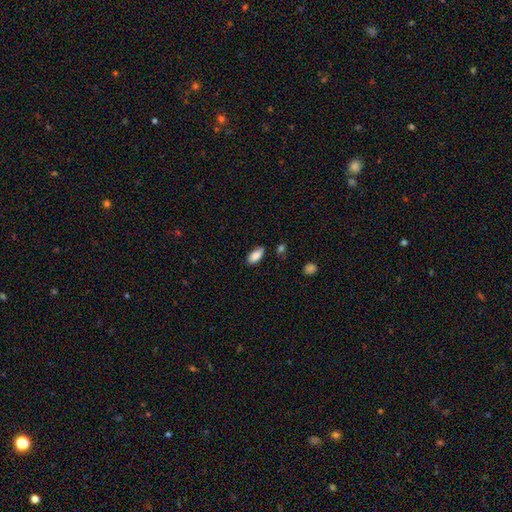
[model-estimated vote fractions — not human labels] Smooth or featured? Predicted: smooth (p=0.87). How rounded? Predicted: in between (p=0.91). Merging? Predicted: none (p=0.75).